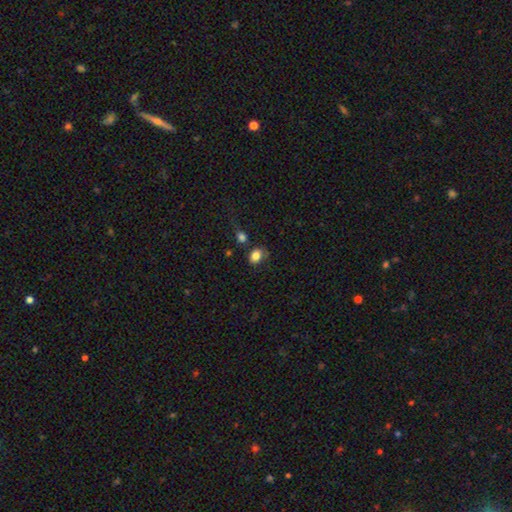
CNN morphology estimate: Smooth or featured?
  - smooth: 83% *
  - star or artifact: 10%
  - featured or disk: 7%
How rounded?
  - in between: 63% *
  - round: 36%
  - cigar-shaped: 1%
Merging?
  - none: 65% *
  - minor disturbance: 18%
  - merger: 10%
  - major disturbance: 7%